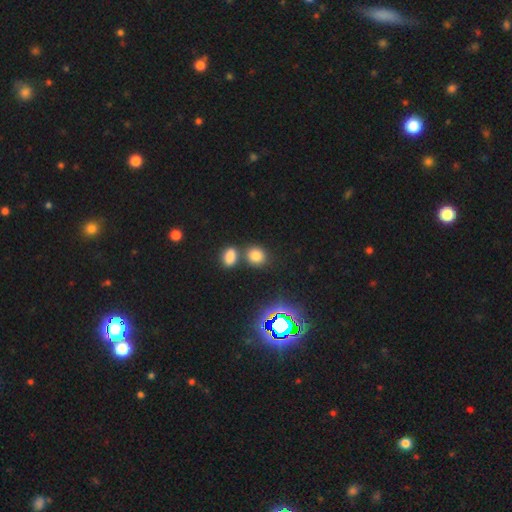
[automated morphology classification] This appears to be a smooth galaxy with no disk features (75%) that is round (66%). Merging: none (65%).